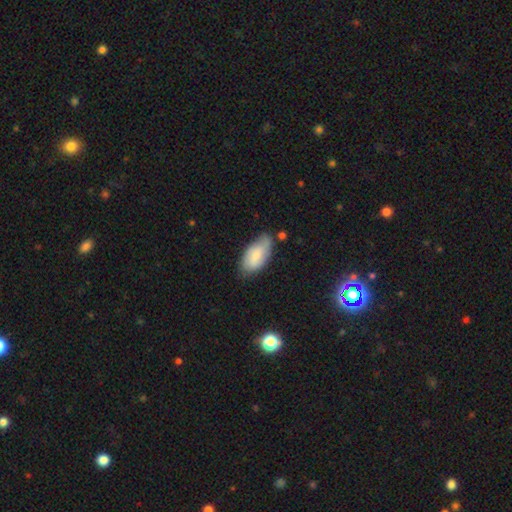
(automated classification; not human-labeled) smooth 67%, featured or disk 27%, star or artifact 6%. Down the decision tree: how rounded — in between (93%); merging — none (58%).